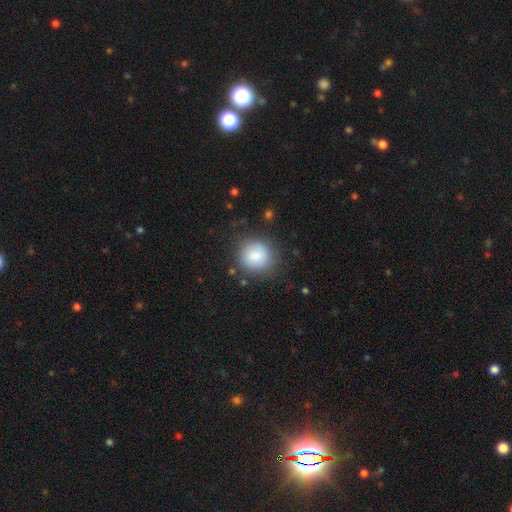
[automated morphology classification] smooth-or-featured: smooth: 84% | featured or disk: 8% | star or artifact: 8%
  how-rounded: round: 87% | in between: 12% | cigar-shaped: 1%
  merging: none: 79% | minor disturbance: 13% | major disturbance: 5% | merger: 2%